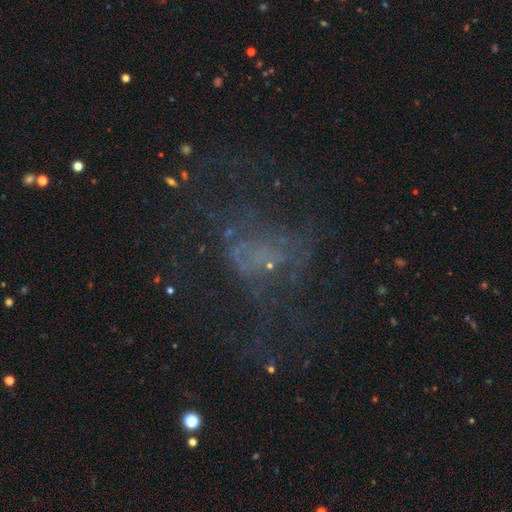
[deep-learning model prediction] A featured or disk galaxy (47%).

Vote fractions:
- Smooth or featured? featured or disk: 47% / star or artifact: 31% / smooth: 21%
- Merging? major disturbance: 43% / none: 39% / minor disturbance: 14% / merger: 4%